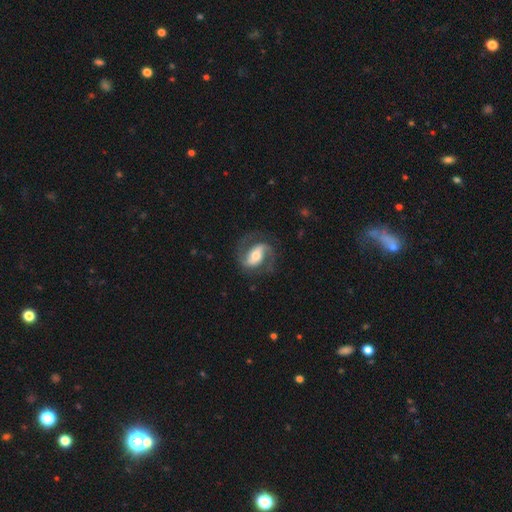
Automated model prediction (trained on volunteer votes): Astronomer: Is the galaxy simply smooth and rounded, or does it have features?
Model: featured or disk — 82%.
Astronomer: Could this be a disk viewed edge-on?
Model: no — 96%.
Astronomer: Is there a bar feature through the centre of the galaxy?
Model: strong — 43% (runner-up: weak, 33%).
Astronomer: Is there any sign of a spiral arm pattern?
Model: yes — 94%.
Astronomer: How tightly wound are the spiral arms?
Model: medium — 51% (runner-up: loose, 30%).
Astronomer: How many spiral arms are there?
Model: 2 — 89%.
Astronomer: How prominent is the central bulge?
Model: moderate — 64%.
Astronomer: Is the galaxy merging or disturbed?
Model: none — 73%.